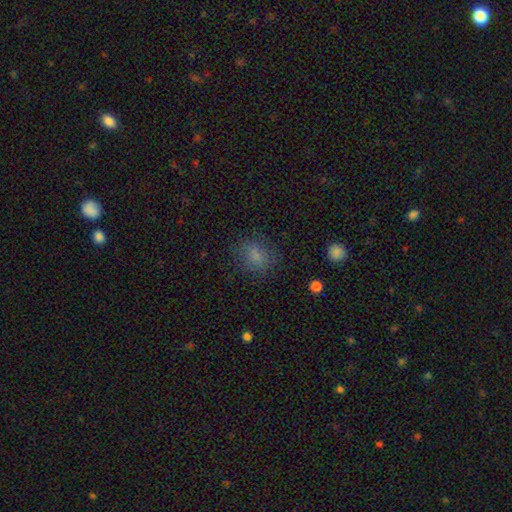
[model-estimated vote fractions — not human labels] smooth_or_featured: smooth (p=0.80) [alt: star or artifact p=0.13]
how_rounded: round (p=0.51) [alt: in between p=0.48]
merging: none (p=0.76) [alt: minor disturbance p=0.15]